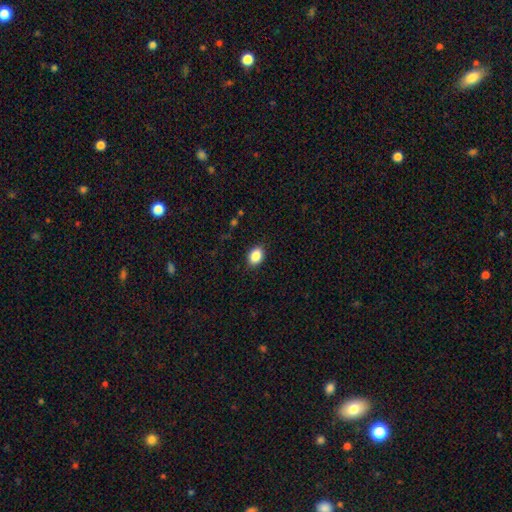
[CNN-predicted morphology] The model was most divided on "how rounded": in between: 78%, round: 21%, cigar-shaped: 1%. More confident: merging — none (88%); smooth or featured — smooth (88%).